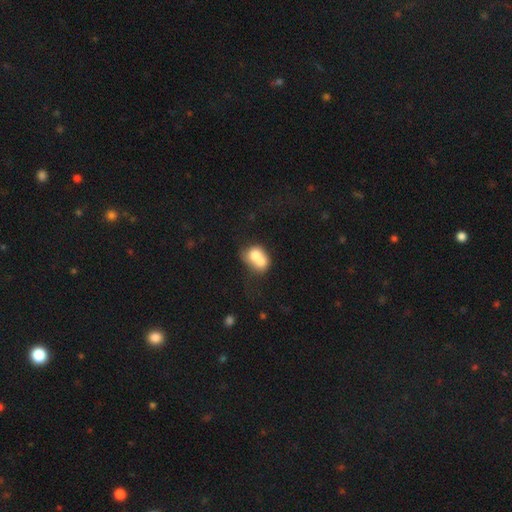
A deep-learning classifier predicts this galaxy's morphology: smooth 67%, featured or disk 25%, star or artifact 8%. Down the decision tree: how rounded — round (52%); merging — merger (72%).